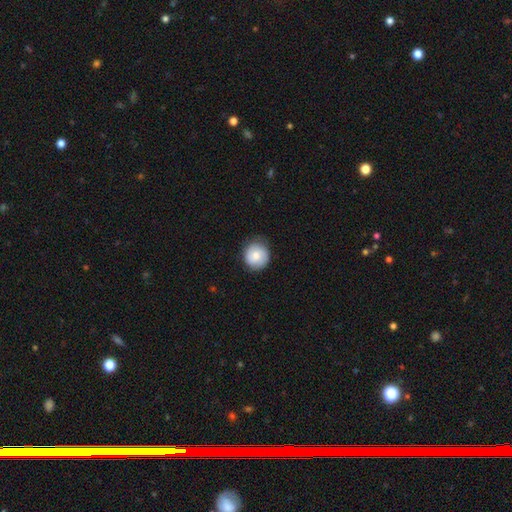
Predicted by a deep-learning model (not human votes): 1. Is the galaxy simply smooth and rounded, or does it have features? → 68% smooth, 25% featured or disk, 7% star or artifact.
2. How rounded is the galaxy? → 88% round, 11% in between, 1% cigar-shaped.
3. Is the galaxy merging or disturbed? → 79% none, 16% minor disturbance, 3% major disturbance, 1% merger.